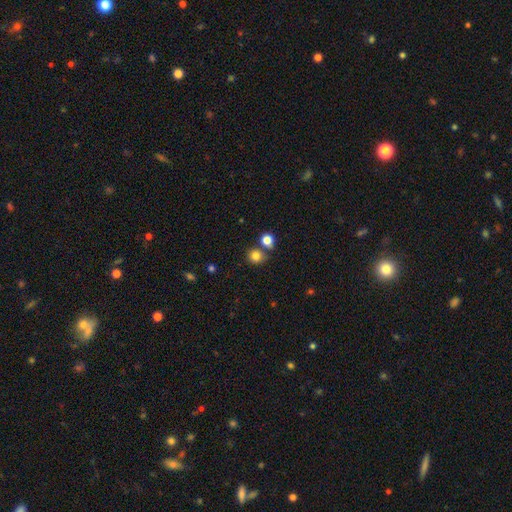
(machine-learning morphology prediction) type=smooth (82%); roundness=round (86%); merging=none (68%).